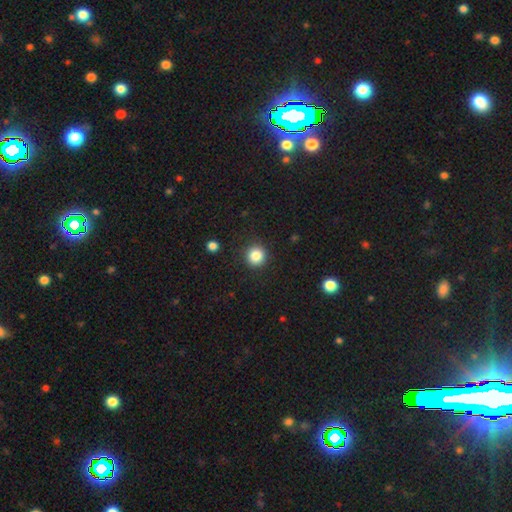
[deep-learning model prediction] The model was most divided on "smooth or featured": smooth: 85%, star or artifact: 11%, featured or disk: 5%. More confident: how rounded — round (94%); merging — none (90%).